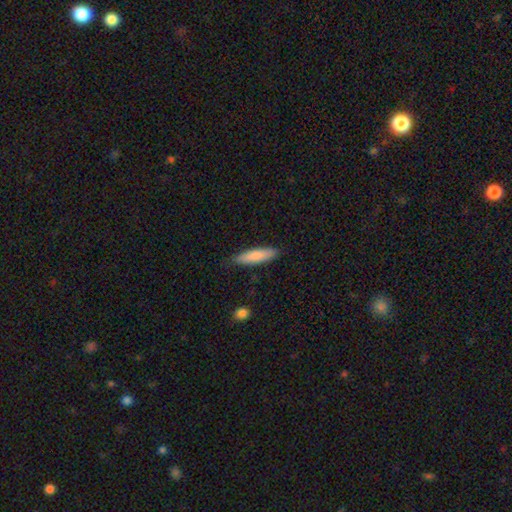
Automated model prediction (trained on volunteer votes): smooth_or_featured: smooth (p=0.81) [alt: featured or disk p=0.14]
how_rounded: cigar-shaped (p=0.72) [alt: in between p=0.27]
merging: none (p=0.82) [alt: minor disturbance p=0.14]